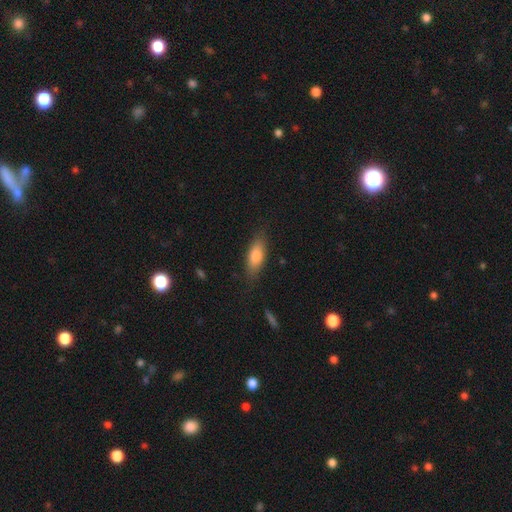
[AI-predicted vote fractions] smooth-or-featured: smooth: 77% | featured or disk: 16% | star or artifact: 7%
  how-rounded: in between: 70% | cigar-shaped: 27% | round: 3%
  merging: none: 81% | minor disturbance: 14% | major disturbance: 3% | merger: 1%